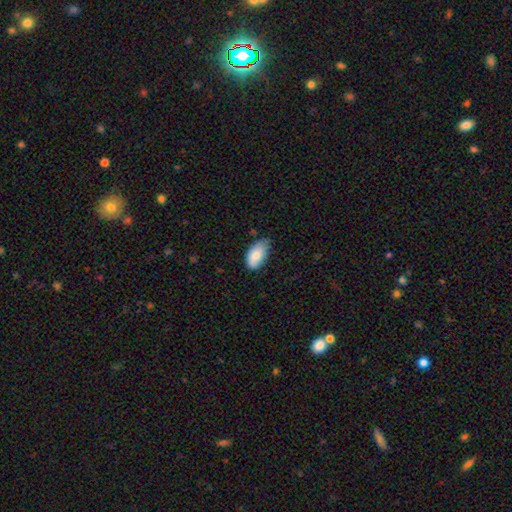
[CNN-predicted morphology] Overall: smooth (82%). How rounded: in between (94%). Merging: none (57%; minor disturbance 36%).